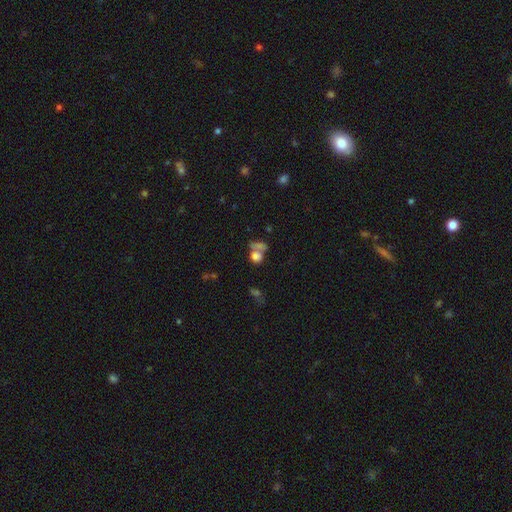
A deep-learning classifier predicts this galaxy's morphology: smooth_or_featured: smooth (p=0.72) [alt: star or artifact p=0.16]
how_rounded: round (p=0.67) [alt: in between p=0.29]
merging: merger (p=0.42) [alt: none p=0.39]